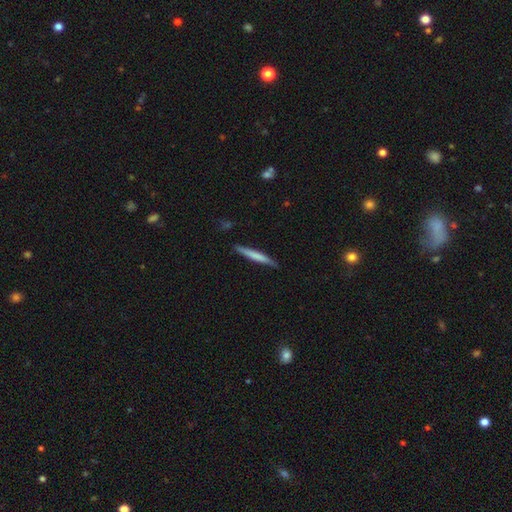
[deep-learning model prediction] Overall: smooth (62%; featured or disk 33%). How rounded: cigar-shaped (95%). Merging: none (85%).